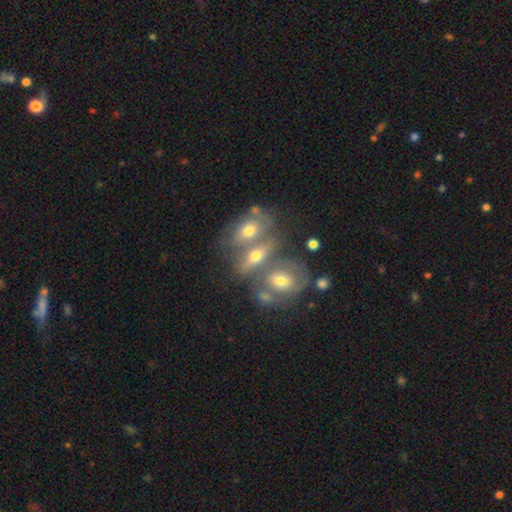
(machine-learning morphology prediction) Q: Smooth or featured?
A: featured or disk (50%); runner-up: smooth (35%)
Q: Edge-on disk?
A: no (87%); runner-up: yes (13%)
Q: Merging?
A: merger (64%); runner-up: none (24%)